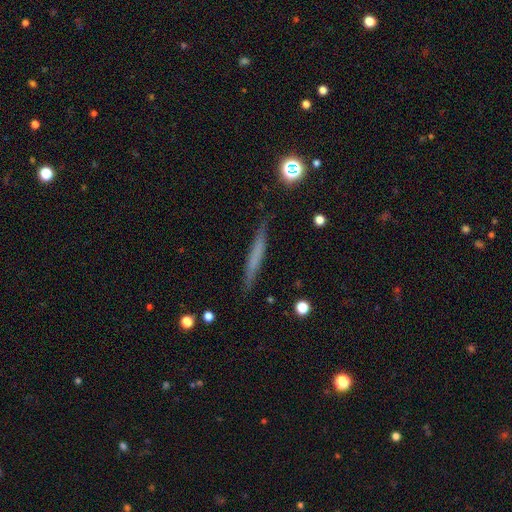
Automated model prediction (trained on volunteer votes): Smooth or featured?
  - smooth: 55% *
  - featured or disk: 37%
  - star or artifact: 8%
How rounded?
  - cigar-shaped: 95% *
  - in between: 3%
  - round: 2%
Merging?
  - none: 87% *
  - minor disturbance: 9%
  - major disturbance: 2%
  - merger: 1%